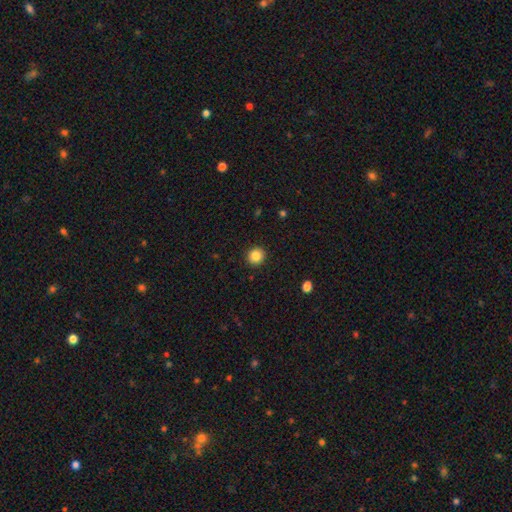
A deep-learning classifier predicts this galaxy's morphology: A smooth galaxy with no disk features (86%) that is round (91%). Merging: none (92%).